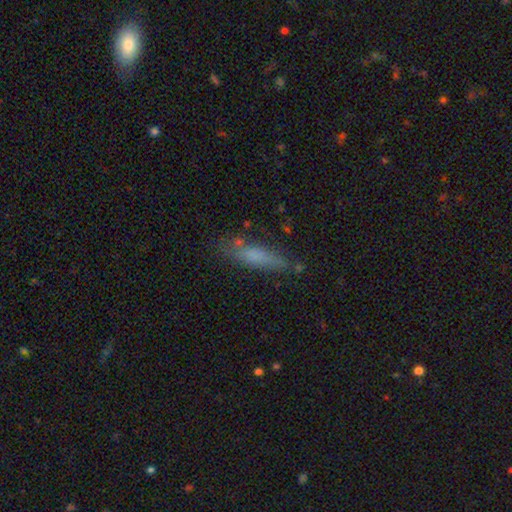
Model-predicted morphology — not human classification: Smooth or featured? Predicted: smooth (p=0.67). How rounded? Predicted: cigar-shaped (p=0.75). Merging? Predicted: none (p=0.68).